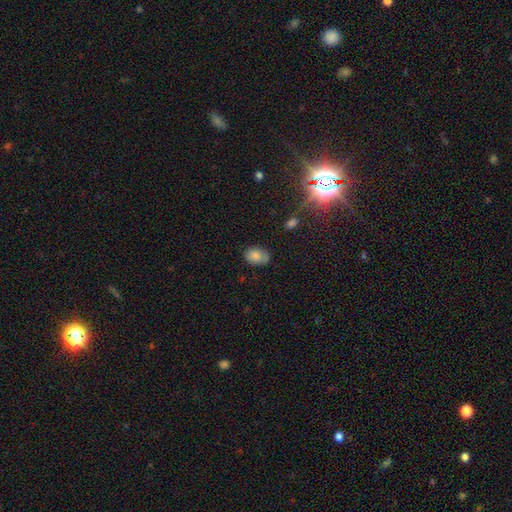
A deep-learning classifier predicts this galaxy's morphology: type=smooth (80%); roundness=in between (73%); merging=none (64%).